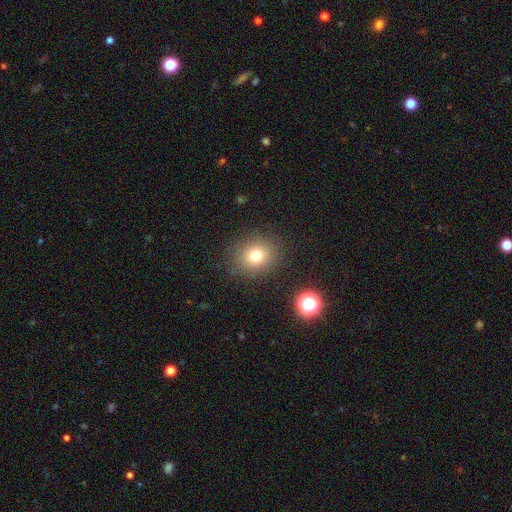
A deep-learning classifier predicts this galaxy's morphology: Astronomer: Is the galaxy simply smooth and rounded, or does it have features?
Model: smooth — 76%.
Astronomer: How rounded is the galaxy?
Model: round — 76%.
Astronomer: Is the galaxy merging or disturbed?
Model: none — 87%.